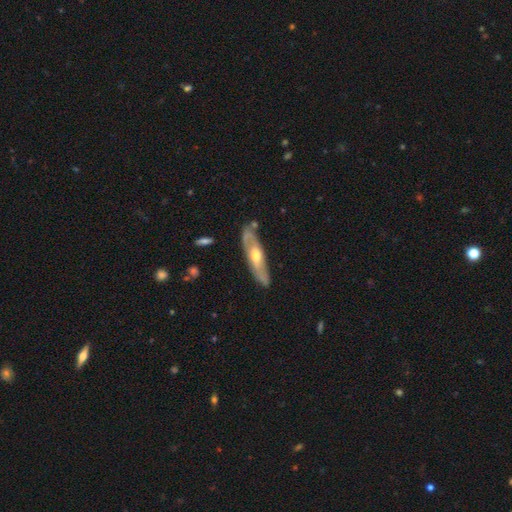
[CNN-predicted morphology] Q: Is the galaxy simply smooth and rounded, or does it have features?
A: featured or disk — 62%.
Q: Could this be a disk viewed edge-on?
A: no — 55%.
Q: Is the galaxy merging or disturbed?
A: none — 77%.